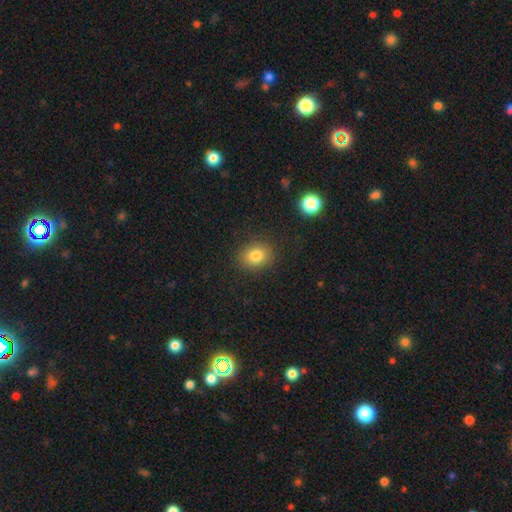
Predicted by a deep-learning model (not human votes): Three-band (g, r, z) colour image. It shows a smooth galaxy with no disk features (81%) that is round (57%). Merging: none (87%).